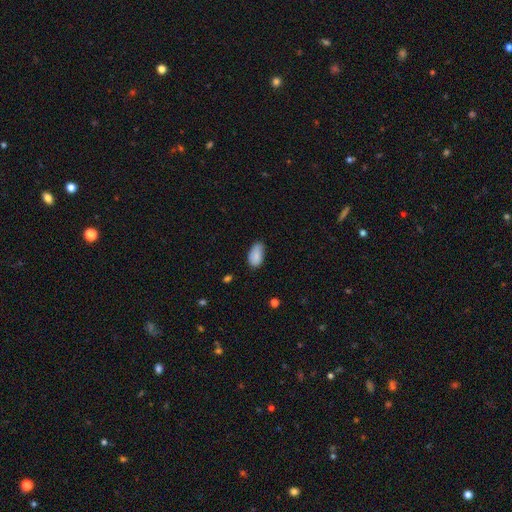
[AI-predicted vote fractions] Smooth or featured? smooth (86%)
How rounded? in between (94%)
Merging? none (65%)